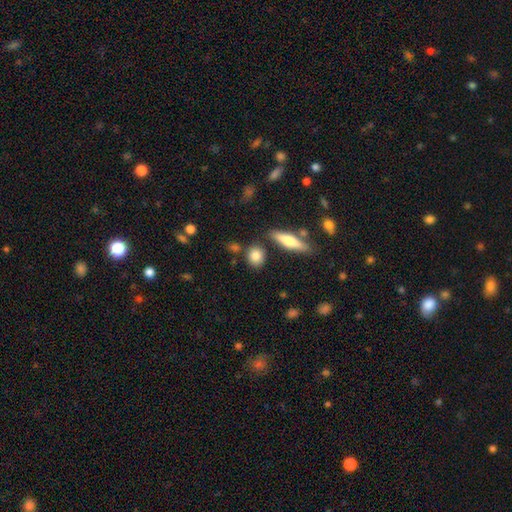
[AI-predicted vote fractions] smooth_or_featured: smooth (p=0.82) [alt: featured or disk p=0.10]
how_rounded: round (p=0.63) [alt: in between p=0.31]
merging: none (p=0.79) [alt: minor disturbance p=0.10]